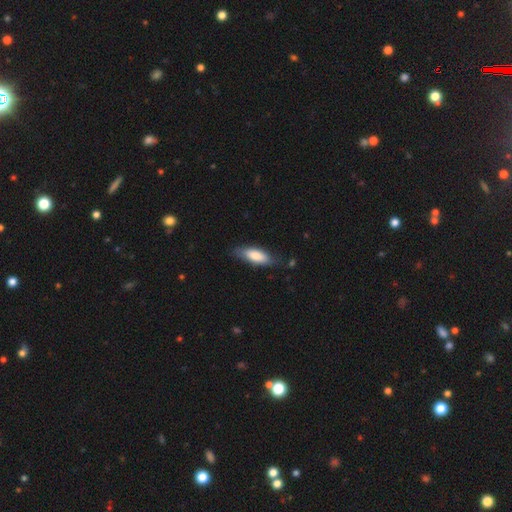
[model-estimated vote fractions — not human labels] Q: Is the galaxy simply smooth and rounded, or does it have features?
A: smooth — 80%.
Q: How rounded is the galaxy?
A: in between — 66%.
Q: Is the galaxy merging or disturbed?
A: none — 75%.